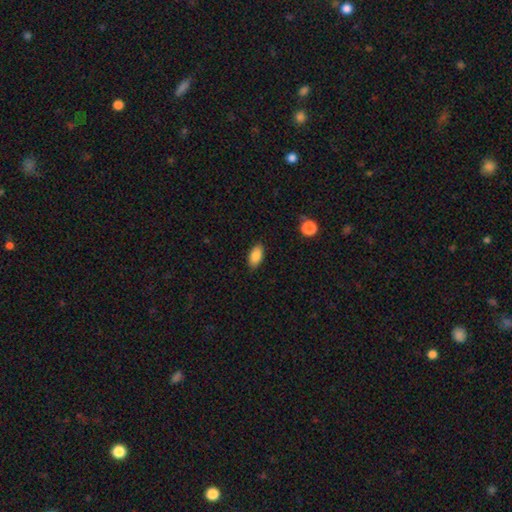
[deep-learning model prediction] smooth-or-featured: smooth: 86% | star or artifact: 8% | featured or disk: 6%
  how-rounded: in between: 92% | round: 4% | cigar-shaped: 4%
  merging: none: 86% | minor disturbance: 10% | major disturbance: 2% | merger: 1%